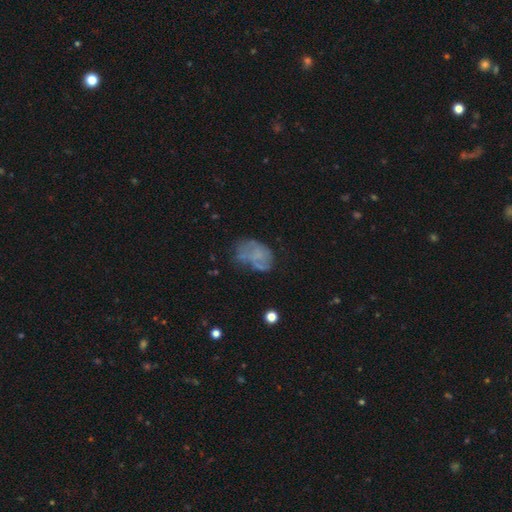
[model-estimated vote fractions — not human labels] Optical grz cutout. It shows a smooth galaxy with no disk features (43%, tied with featured or disk). Merging: none (40%).